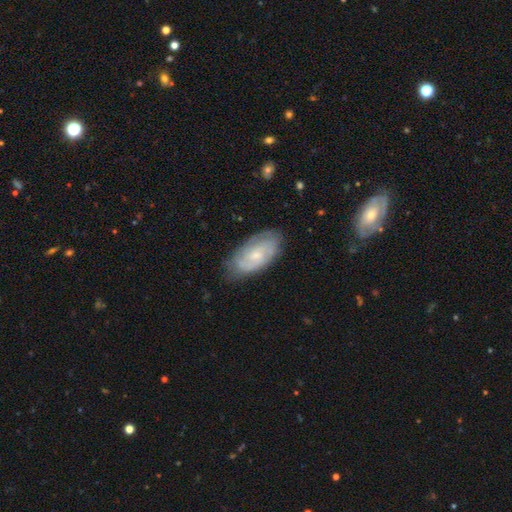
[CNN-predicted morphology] Smooth or featured? Predicted: featured or disk (p=0.62). Edge-on disk? Predicted: no (p=0.94). Bar? Predicted: no (p=0.63). Spiral arms? Predicted: yes (p=0.86). Bulge size? Predicted: small (p=0.62). Merging? Predicted: none (p=0.73).